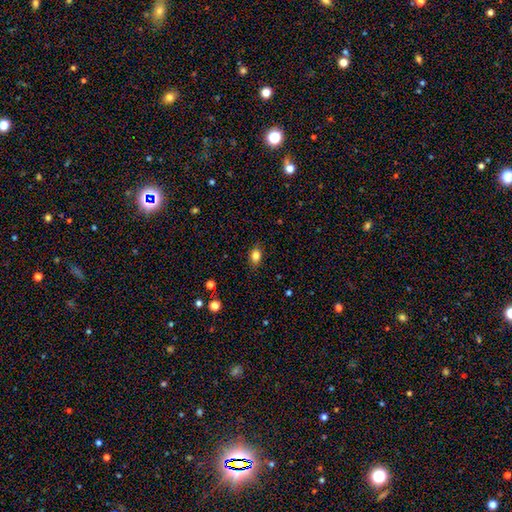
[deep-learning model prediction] A smooth galaxy with no disk features (83%) that is in between round and cigar-shaped (79%).

Vote fractions:
- Smooth or featured? smooth: 83% / star or artifact: 10% / featured or disk: 7%
- How rounded? in between: 79% / round: 20% / cigar-shaped: 2%
- Merging? none: 85% / minor disturbance: 12% / major disturbance: 3% / merger: 1%